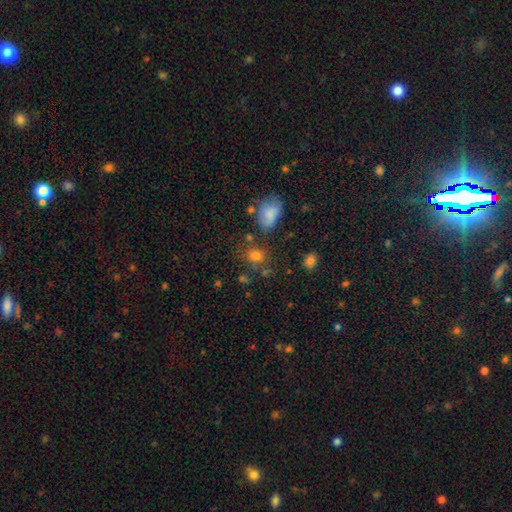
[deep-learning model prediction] Q: Smooth or featured?
A: smooth (78%); runner-up: star or artifact (14%)
Q: How rounded?
A: round (66%); runner-up: in between (32%)
Q: Merging?
A: none (71%); runner-up: minor disturbance (15%)